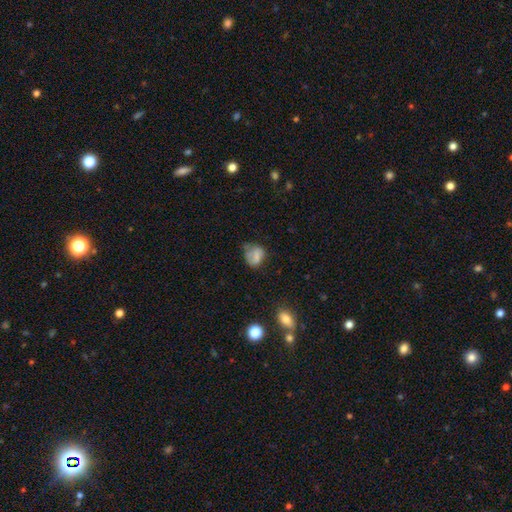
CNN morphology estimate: Smooth or featured: smooth — 72% (featured or disk — 17%)
How rounded: round — 52% (in between — 46%)
Merging: none — 42% (minor disturbance — 34%)